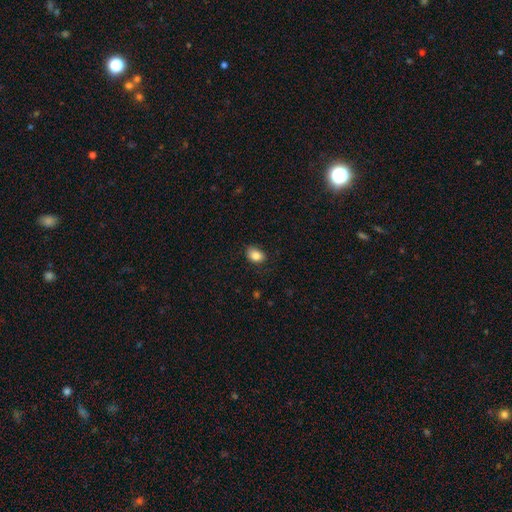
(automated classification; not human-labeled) This is clearly a smooth galaxy (85%). How rounded: likely in between (77%). Merging: clearly none (80%).